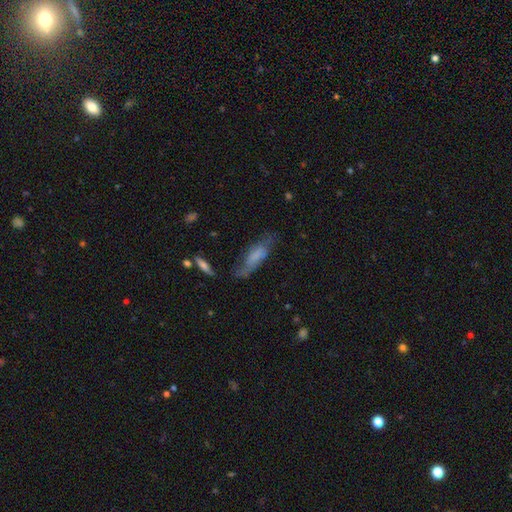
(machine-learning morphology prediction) Q: Smooth or featured?
A: smooth (53%); runner-up: featured or disk (38%)
Q: How rounded?
A: cigar-shaped (50%); runner-up: in between (47%)
Q: Merging?
A: none (50%); runner-up: minor disturbance (28%)